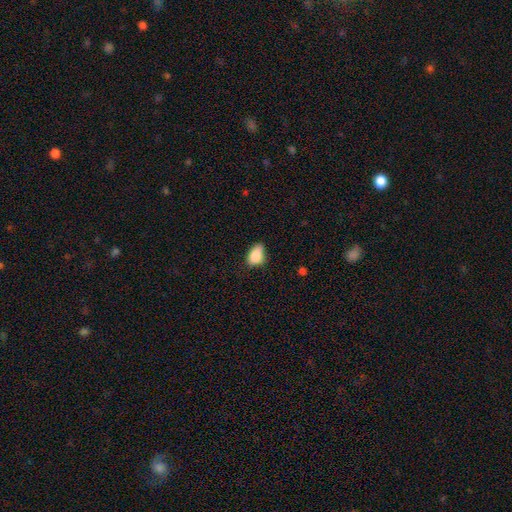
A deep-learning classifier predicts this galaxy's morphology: Overall: smooth (87%). How rounded: in between (87%). Merging: none (56%; minor disturbance 35%).